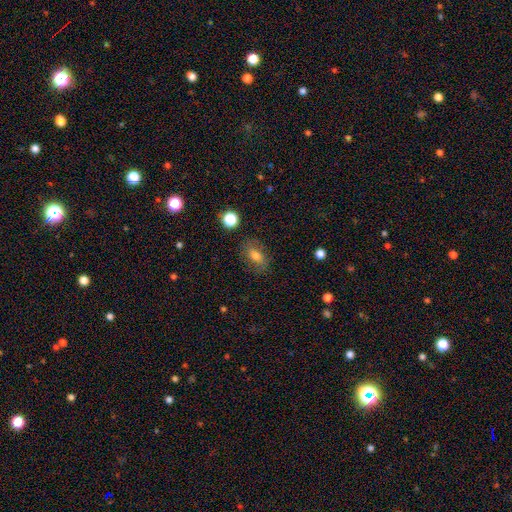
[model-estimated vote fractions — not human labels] smooth-or-featured: smooth: 69% | featured or disk: 20% | star or artifact: 10%
  how-rounded: in between: 77% | round: 20% | cigar-shaped: 3%
  merging: none: 79% | minor disturbance: 14% | major disturbance: 5% | merger: 2%